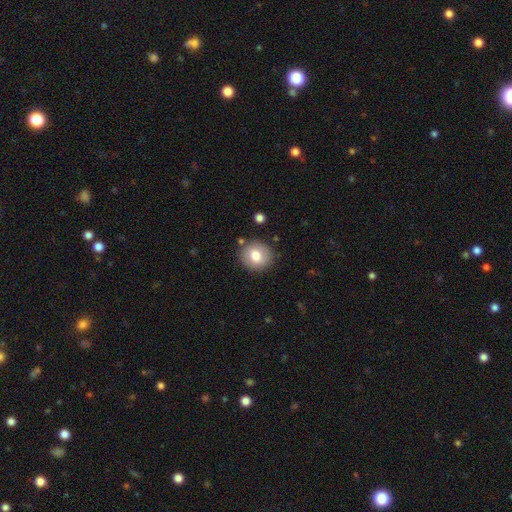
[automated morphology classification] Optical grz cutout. It shows a smooth galaxy with no disk features (77%) that is round (85%). Merging: none (85%).